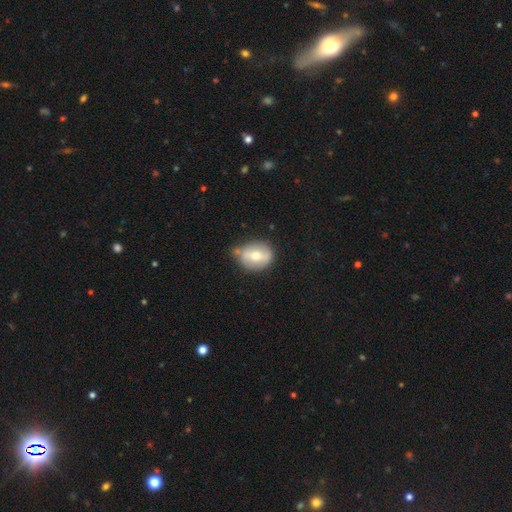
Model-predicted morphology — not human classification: Smooth or featured: smooth — 57% (featured or disk — 36%)
How rounded: in between — 49% (tied with round — 49%)
Merging: none — 64% (minor disturbance — 23%)